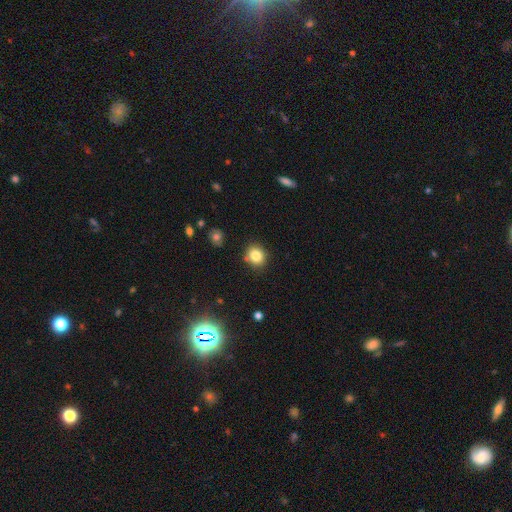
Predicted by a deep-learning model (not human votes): smooth 82%, star or artifact 12%, featured or disk 6%. Down the decision tree: how rounded — round (77%); merging — none (81%).